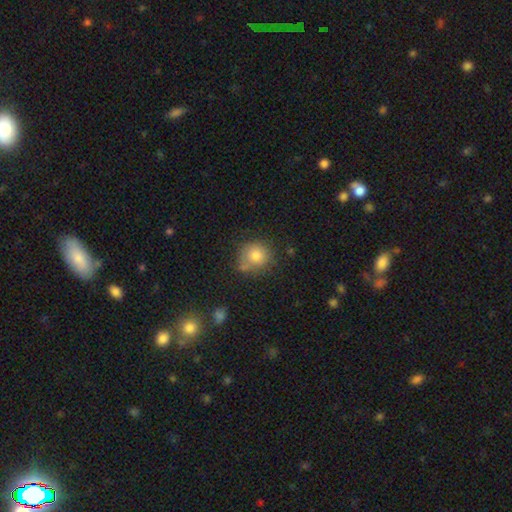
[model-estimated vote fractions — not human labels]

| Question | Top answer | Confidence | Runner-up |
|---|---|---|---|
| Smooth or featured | smooth | 79% | star or artifact (10%) |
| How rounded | round | 84% | in between (15%) |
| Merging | none | 61% | minor disturbance (21%) |